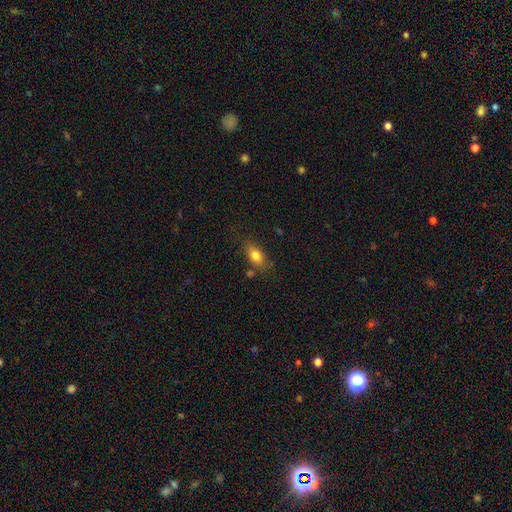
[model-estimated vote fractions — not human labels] smooth_or_featured: smooth (p=0.79) [alt: featured or disk p=0.12]
how_rounded: in between (p=0.79) [alt: round p=0.12]
merging: none (p=0.71) [alt: minor disturbance p=0.18]